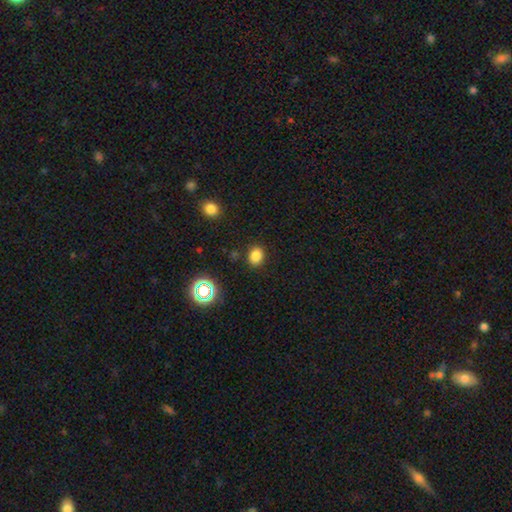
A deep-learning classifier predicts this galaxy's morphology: Smooth or featured?
  - smooth: 80% *
  - star or artifact: 15%
  - featured or disk: 5%
How rounded?
  - in between: 51% *
  - round: 48%
  - cigar-shaped: 1%
Merging?
  - none: 86% *
  - minor disturbance: 9%
  - major disturbance: 3%
  - merger: 2%